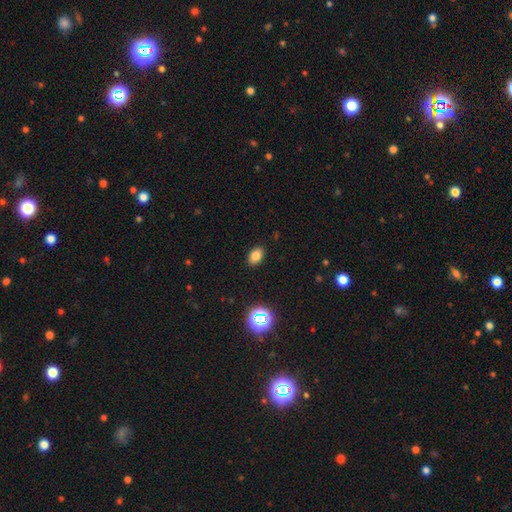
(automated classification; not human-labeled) A smooth galaxy with no disk features (79%) that is in between round and cigar-shaped (82%).

Vote fractions:
- Smooth or featured? smooth: 79% / star or artifact: 14% / featured or disk: 7%
- How rounded? in between: 82% / round: 16% / cigar-shaped: 1%
- Merging? none: 88% / minor disturbance: 8% / major disturbance: 2% / merger: 1%